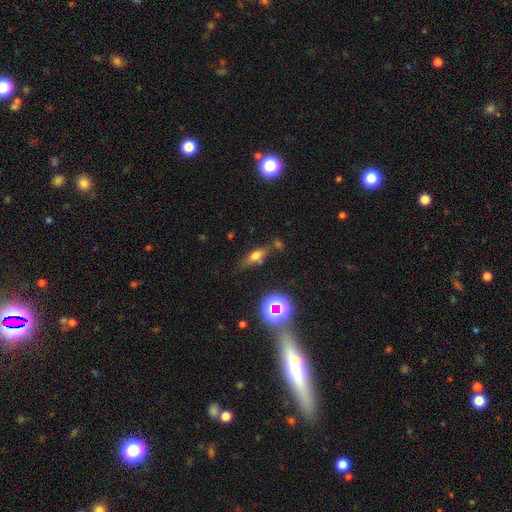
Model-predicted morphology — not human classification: This appears to be a smooth galaxy with no disk features (49%). Merging: none (63%).